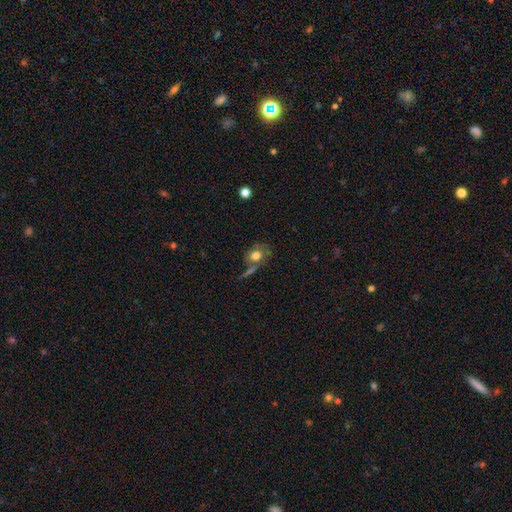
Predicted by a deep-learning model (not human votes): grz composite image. It shows a smooth galaxy with no disk features (69%) that is round (56%). Merging: none (48%).